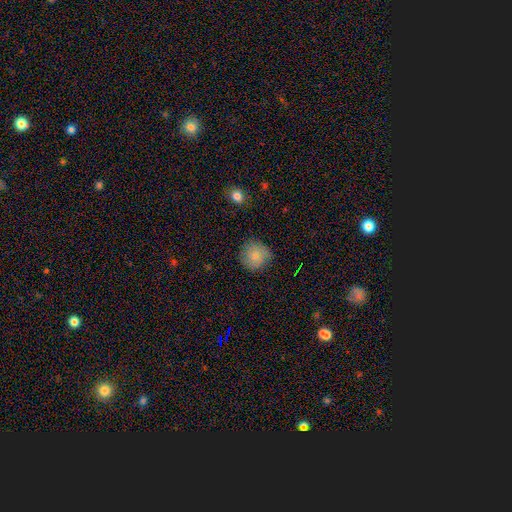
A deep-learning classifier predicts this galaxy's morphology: Smooth or featured?
  - smooth: 81% *
  - featured or disk: 10%
  - star or artifact: 9%
How rounded?
  - round: 92% *
  - in between: 7%
  - cigar-shaped: 1%
Merging?
  - none: 82% *
  - minor disturbance: 14%
  - major disturbance: 3%
  - merger: 1%